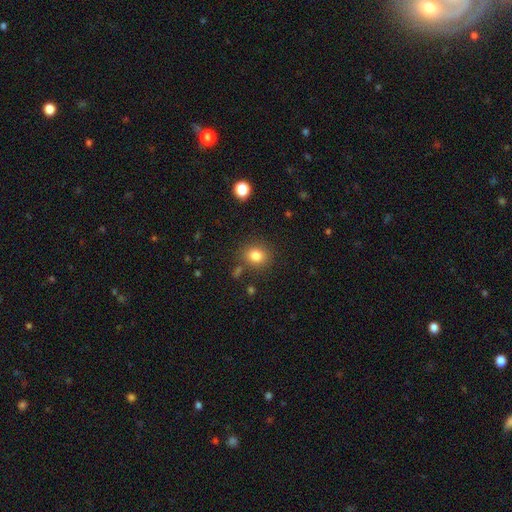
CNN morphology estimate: Smooth or featured?
  - smooth: 82% *
  - star or artifact: 11%
  - featured or disk: 7%
How rounded?
  - round: 66% *
  - in between: 33%
  - cigar-shaped: 1%
Merging?
  - none: 83% *
  - minor disturbance: 10%
  - merger: 4%
  - major disturbance: 3%